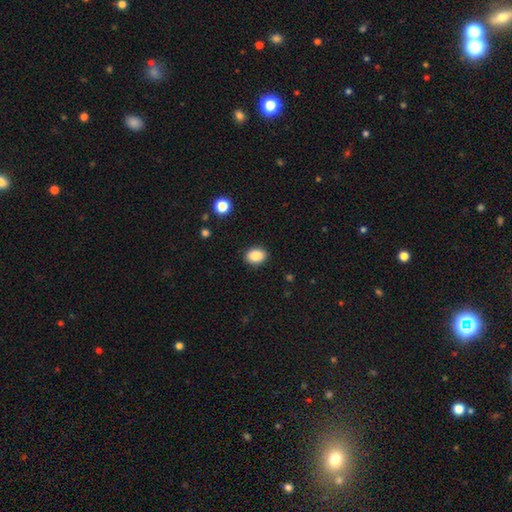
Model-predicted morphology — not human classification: Smooth or featured: smooth — 88% (star or artifact — 9%)
How rounded: in between — 62% (round — 37%)
Merging: none — 89% (minor disturbance — 8%)